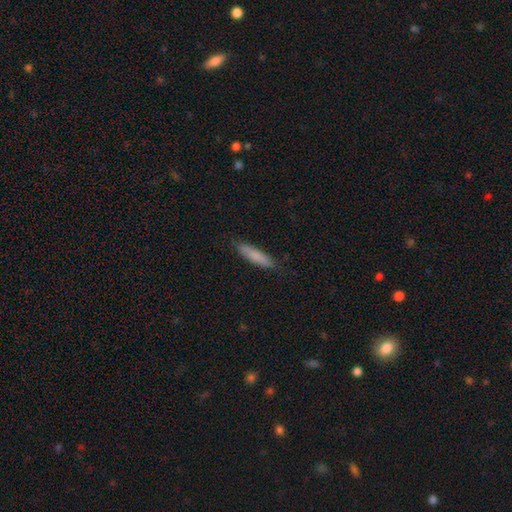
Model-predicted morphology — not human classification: A smooth galaxy with no disk features (81%) that is cigar-shaped (83%).

Vote fractions:
- Smooth or featured? smooth: 81% / featured or disk: 13% / star or artifact: 6%
- How rounded? cigar-shaped: 83% / in between: 16% / round: 1%
- Merging? none: 86% / minor disturbance: 11% / major disturbance: 2% / merger: 1%